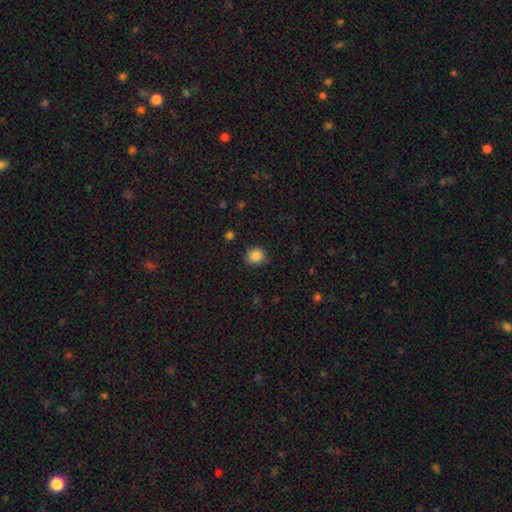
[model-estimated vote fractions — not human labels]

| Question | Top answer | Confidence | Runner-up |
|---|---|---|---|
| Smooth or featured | smooth | 86% | star or artifact (10%) |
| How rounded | round | 82% | in between (18%) |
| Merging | none | 82% | minor disturbance (14%) |